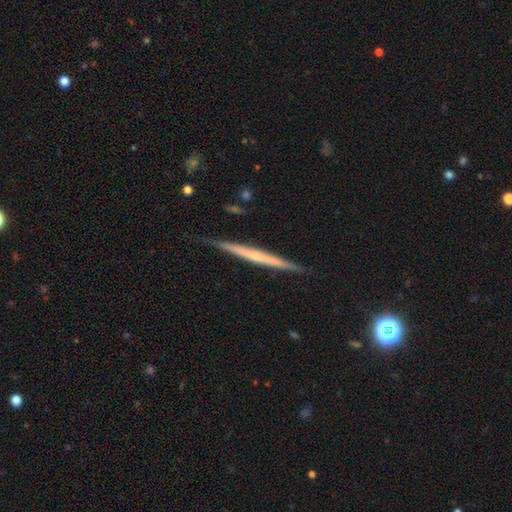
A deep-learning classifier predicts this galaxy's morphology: A featured or disk galaxy (64%) viewed edge-on (98%) with no central bulge (63%). Merging: none (86%).